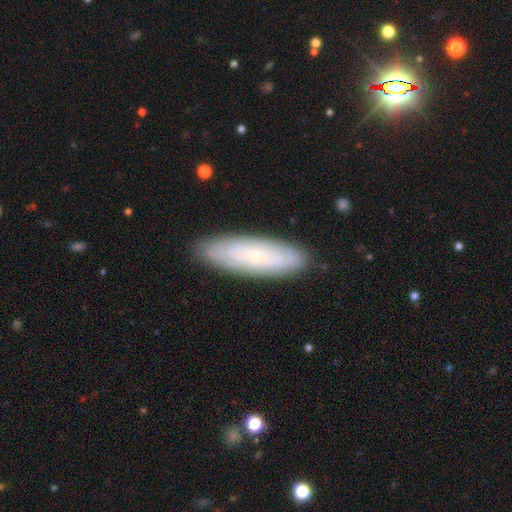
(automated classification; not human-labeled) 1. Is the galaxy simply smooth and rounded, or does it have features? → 53% featured or disk, 40% smooth, 7% star or artifact.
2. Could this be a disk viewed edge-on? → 77% no, 23% yes.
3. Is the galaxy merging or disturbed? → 86% none, 10% minor disturbance, 2% major disturbance, 1% merger.